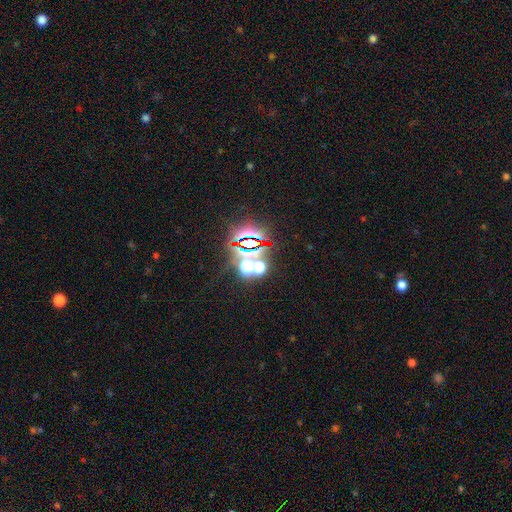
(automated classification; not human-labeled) Morphology: type=star or artifact (77%).